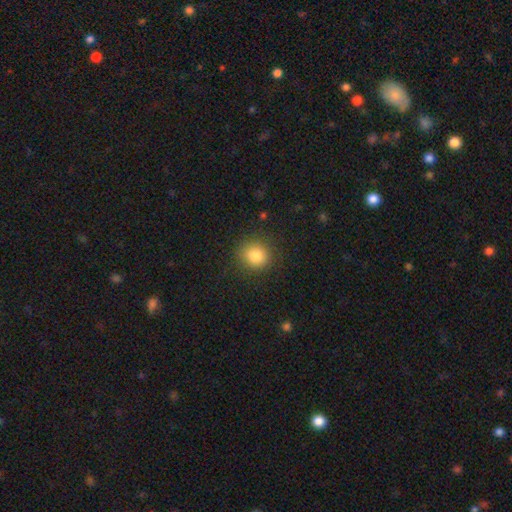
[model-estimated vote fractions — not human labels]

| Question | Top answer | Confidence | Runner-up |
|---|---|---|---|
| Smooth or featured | smooth | 83% | star or artifact (11%) |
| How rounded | round | 85% | in between (14%) |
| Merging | none | 87% | minor disturbance (9%) |